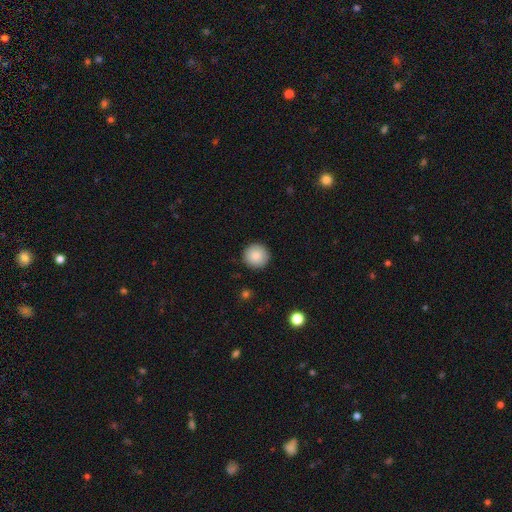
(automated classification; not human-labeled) Smooth or featured? smooth (86%)
How rounded? round (96%)
Merging? none (92%)